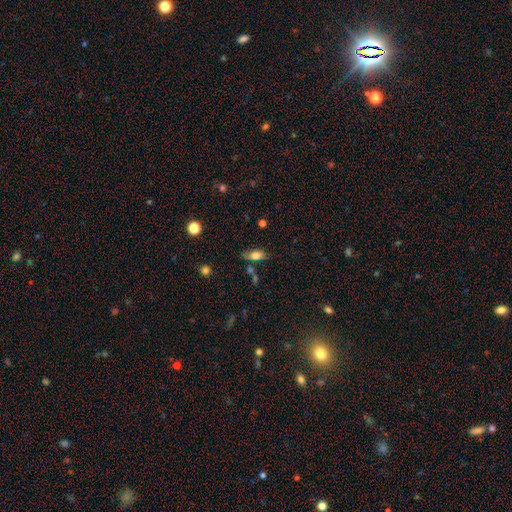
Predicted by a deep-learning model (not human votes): Smooth or featured: smooth — 75% (featured or disk — 16%)
How rounded: in between — 83% (cigar-shaped — 11%)
Merging: none — 62% (minor disturbance — 22%)